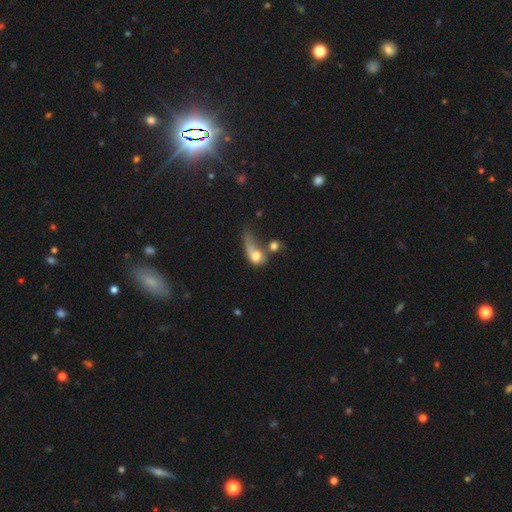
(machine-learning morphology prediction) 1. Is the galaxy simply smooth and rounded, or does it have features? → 60% smooth, 31% featured or disk, 9% star or artifact.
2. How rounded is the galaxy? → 59% in between, 33% round, 8% cigar-shaped.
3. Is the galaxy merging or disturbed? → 39% major disturbance, 37% merger, 13% none, 11% minor disturbance.